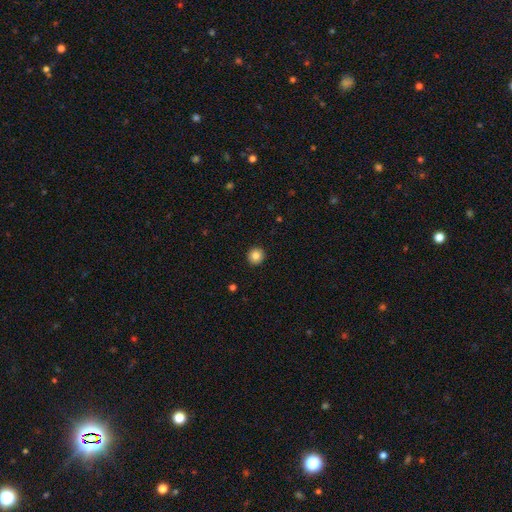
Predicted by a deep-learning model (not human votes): A smooth galaxy with no disk features (85%) that is round (94%).

Vote fractions:
- Smooth or featured? smooth: 85% / star or artifact: 9% / featured or disk: 6%
- How rounded? round: 94% / in between: 5% / cigar-shaped: 1%
- Merging? none: 93% / minor disturbance: 5% / major disturbance: 1% / merger: 1%